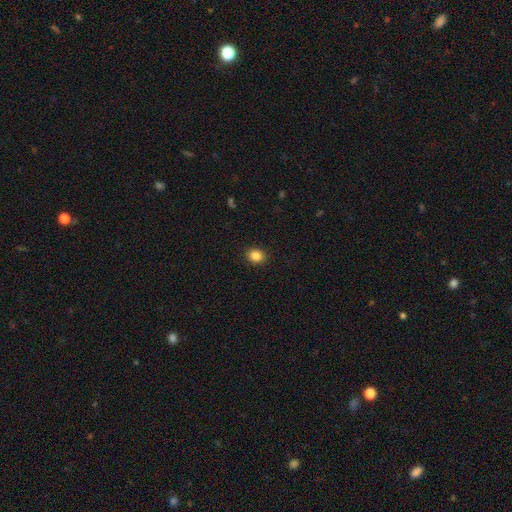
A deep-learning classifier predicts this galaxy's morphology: smooth_or_featured: smooth (p=0.86) [alt: star or artifact p=0.10]
how_rounded: round (p=0.56) [alt: in between p=0.43]
merging: none (p=0.91) [alt: minor disturbance p=0.06]